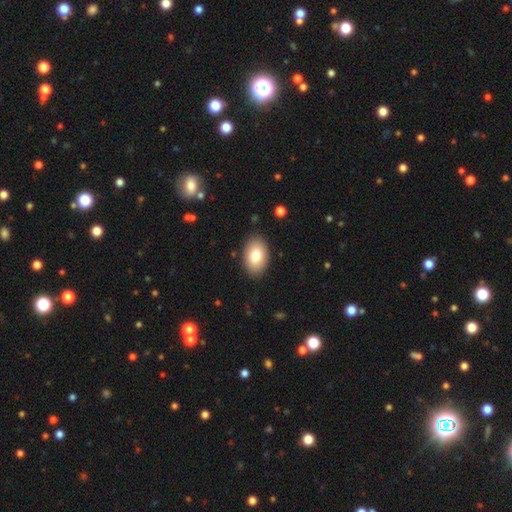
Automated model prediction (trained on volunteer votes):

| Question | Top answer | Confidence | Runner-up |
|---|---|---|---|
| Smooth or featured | smooth | 80% | featured or disk (13%) |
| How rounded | in between | 91% | round (8%) |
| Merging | none | 88% | minor disturbance (9%) |